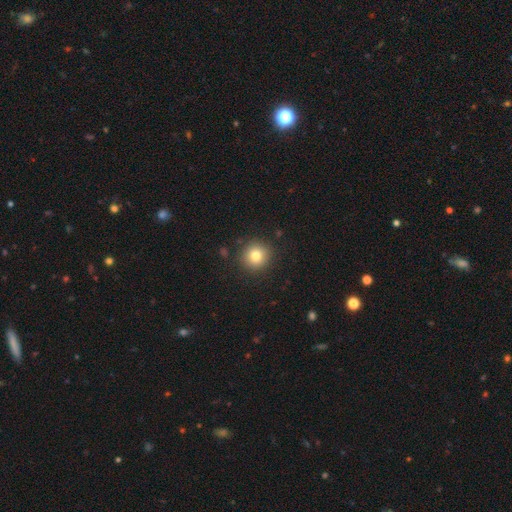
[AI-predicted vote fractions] Smooth or featured: smooth — 79% (star or artifact — 12%)
How rounded: round — 93% (in between — 6%)
Merging: none — 89% (minor disturbance — 7%)